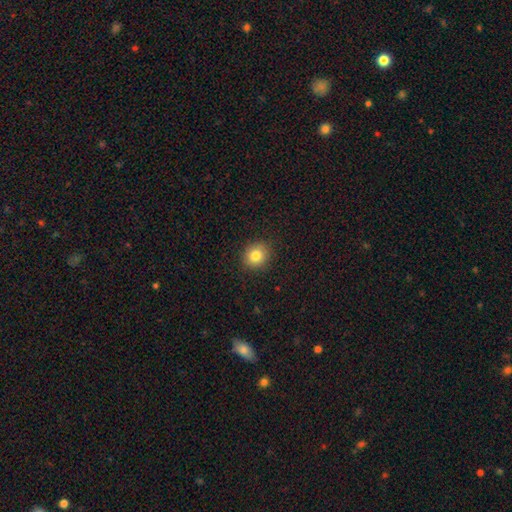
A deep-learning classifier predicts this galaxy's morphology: smooth_or_featured: smooth (p=0.83) [alt: star or artifact p=0.10]
how_rounded: round (p=0.81) [alt: in between p=0.18]
merging: none (p=0.90) [alt: minor disturbance p=0.07]